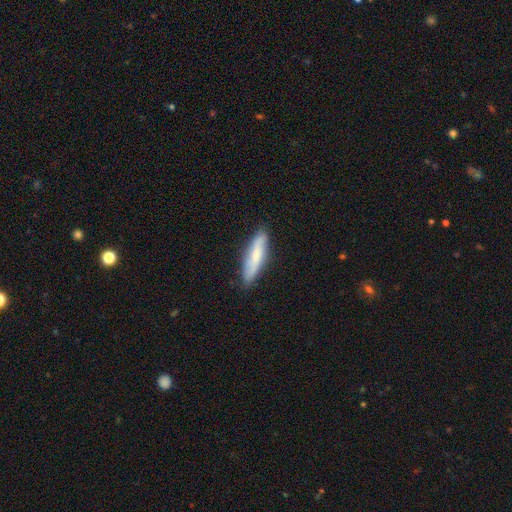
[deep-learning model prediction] smooth-or-featured: smooth: 63% | featured or disk: 30% | star or artifact: 7%
  how-rounded: cigar-shaped: 76% | in between: 23% | round: 2%
  merging: none: 81% | minor disturbance: 15% | major disturbance: 3% | merger: 1%